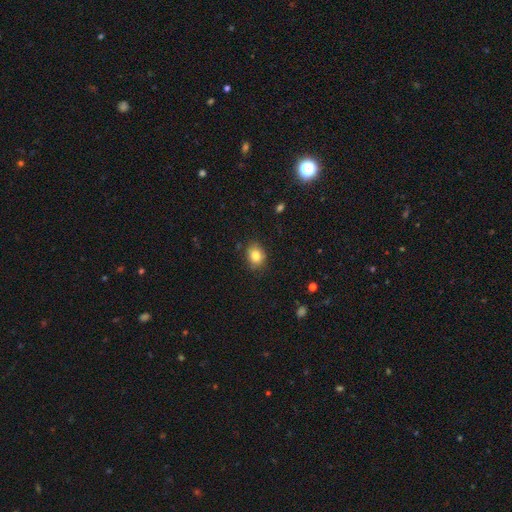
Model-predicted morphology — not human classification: smooth-or-featured: smooth: 82% | star or artifact: 10% | featured or disk: 8%
  how-rounded: round: 54% | in between: 45% | cigar-shaped: 1%
  merging: none: 82% | minor disturbance: 14% | major disturbance: 3% | merger: 1%